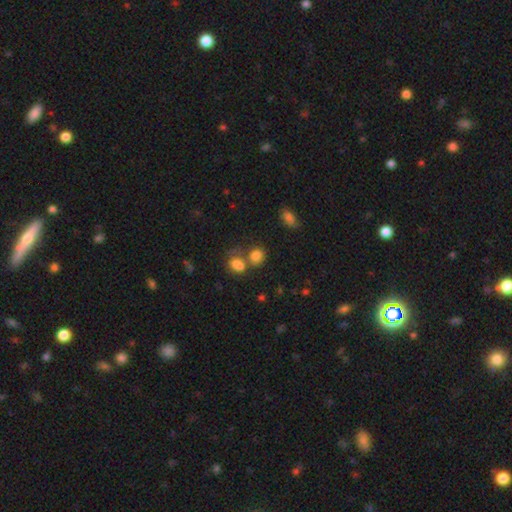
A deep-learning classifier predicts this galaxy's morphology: smooth_or_featured: smooth (p=0.80) [alt: star or artifact p=0.12]
how_rounded: round (p=0.56) [alt: in between p=0.42]
merging: none (p=0.45) [alt: merger p=0.39]